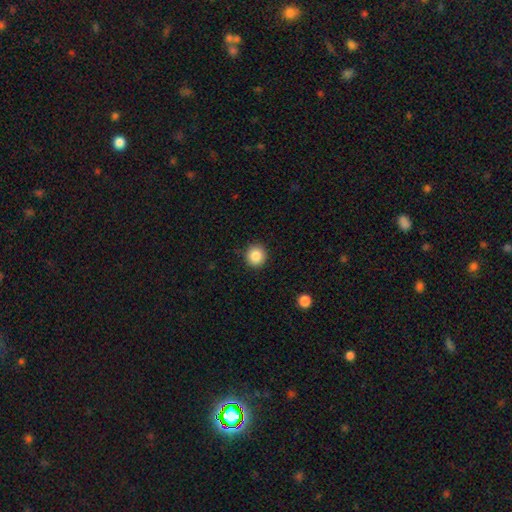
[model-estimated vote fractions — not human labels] smooth-or-featured: smooth: 87% | star or artifact: 9% | featured or disk: 4%
  how-rounded: round: 93% | in between: 6% | cigar-shaped: 1%
  merging: none: 91% | minor disturbance: 6% | major disturbance: 2% | merger: 1%